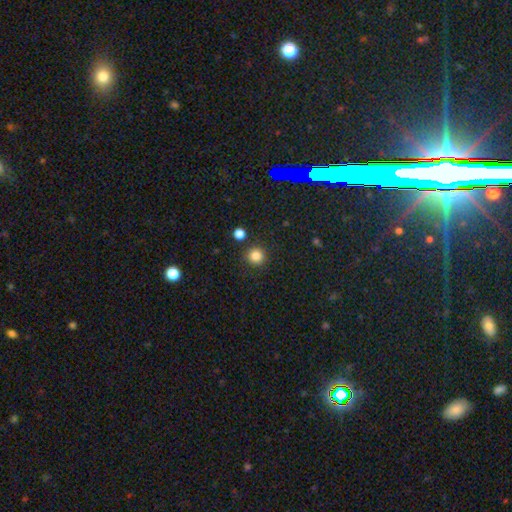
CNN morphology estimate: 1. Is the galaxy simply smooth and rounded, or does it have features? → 83% smooth, 13% star or artifact, 4% featured or disk.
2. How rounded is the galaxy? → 94% round, 5% in between, 1% cigar-shaped.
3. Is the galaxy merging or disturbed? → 87% none, 7% minor disturbance, 4% merger, 3% major disturbance.